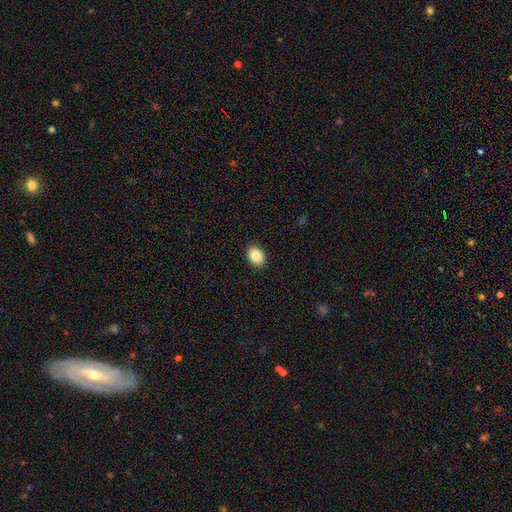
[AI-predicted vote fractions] smooth-or-featured: smooth: 88% | star or artifact: 8% | featured or disk: 4%
  how-rounded: in between: 81% | round: 18% | cigar-shaped: 1%
  merging: none: 90% | minor disturbance: 7% | major disturbance: 2% | merger: 1%